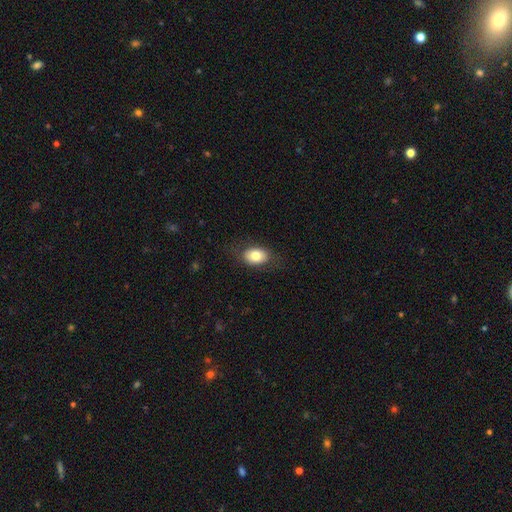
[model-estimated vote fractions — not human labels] A smooth galaxy with no disk features (77%) that is in between round and cigar-shaped (81%).

Vote fractions:
- Smooth or featured? smooth: 77% / featured or disk: 15% / star or artifact: 8%
- How rounded? in between: 81% / round: 18% / cigar-shaped: 1%
- Merging? none: 79% / minor disturbance: 14% / major disturbance: 6% / merger: 1%